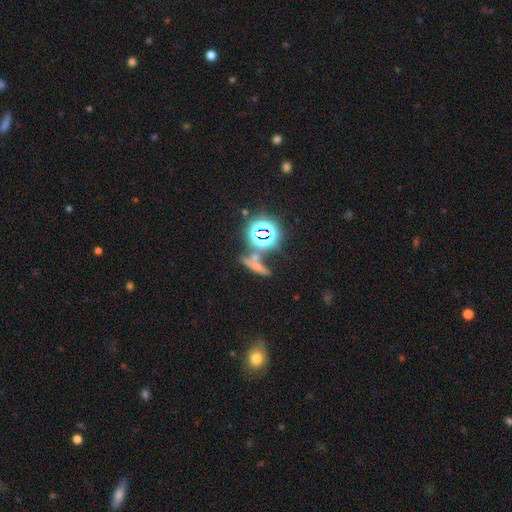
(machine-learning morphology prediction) A star or artifact, not a galaxy (56%).

Vote fractions:
- Smooth or featured? star or artifact: 56% / smooth: 25% / featured or disk: 19%